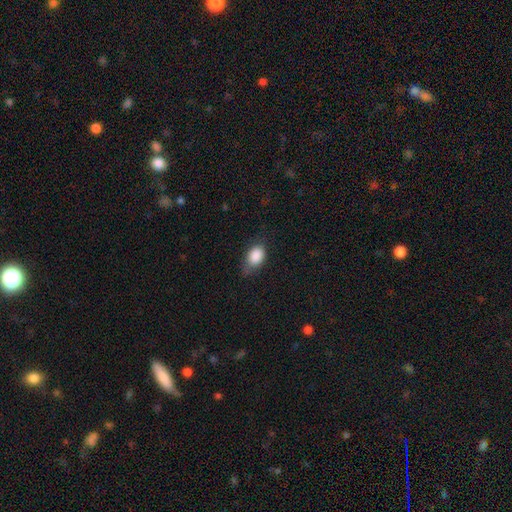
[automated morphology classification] The model was most divided on "merging": none: 63%, minor disturbance: 29%, major disturbance: 7%, merger: 1%. More confident: smooth or featured — smooth (87%); how rounded — in between (82%).